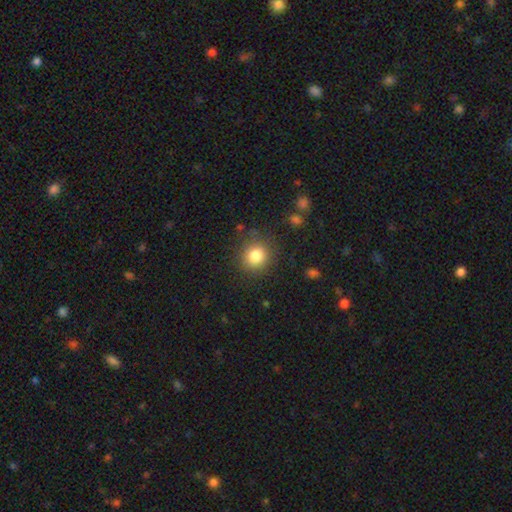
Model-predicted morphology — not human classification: Smooth or featured: smooth — 83% (star or artifact — 11%)
How rounded: round — 90% (in between — 9%)
Merging: none — 85% (minor disturbance — 9%)